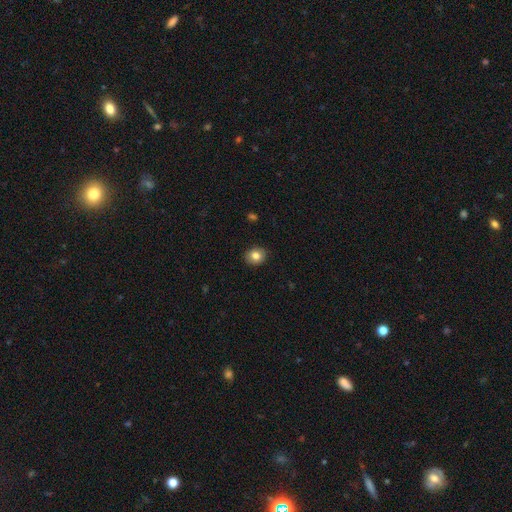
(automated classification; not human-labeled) Morphology: type=smooth (83%); roundness=round (69%); merging=none (90%).